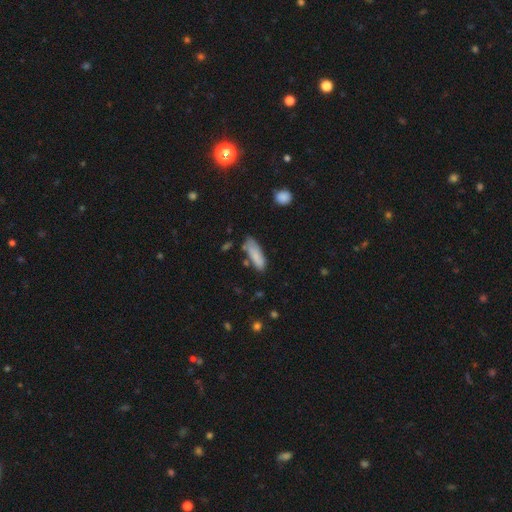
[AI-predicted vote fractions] smooth_or_featured: smooth (p=0.81) [alt: featured or disk p=0.12]
how_rounded: in between (p=0.56) [alt: cigar-shaped p=0.42]
merging: none (p=0.57) [alt: minor disturbance p=0.27]